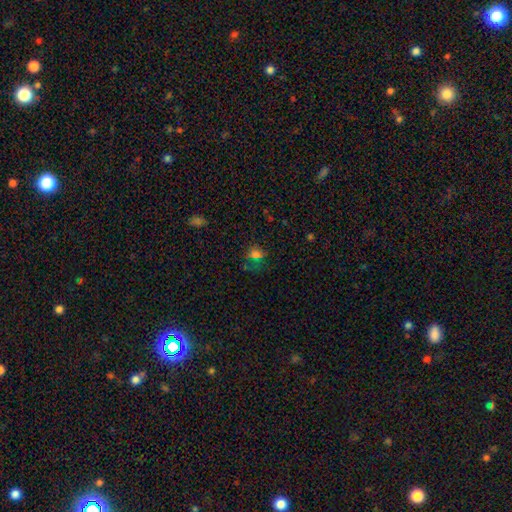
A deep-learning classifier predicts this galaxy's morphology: Smooth or featured: smooth — 61% (star or artifact — 30%)
How rounded: round — 54% (in between — 43%)
Merging: none — 62% (minor disturbance — 21%)